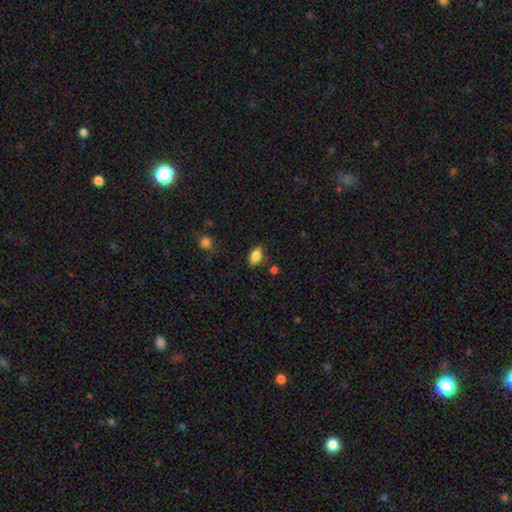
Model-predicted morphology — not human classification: type=smooth (84%); roundness=in between (89%); merging=none (77%).